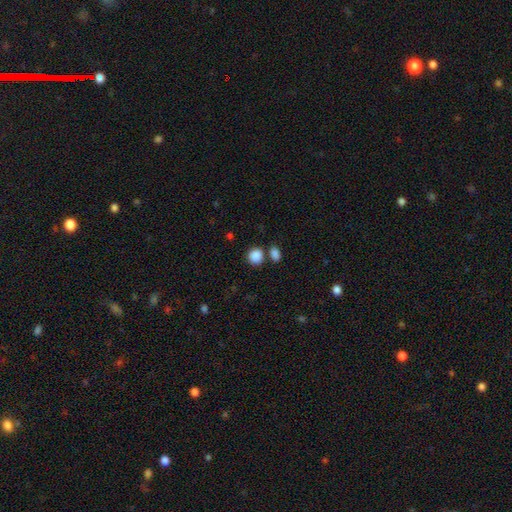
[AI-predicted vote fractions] This is clearly a smooth galaxy (88%). How rounded: likely round (80%). Merging: likely none (69%).